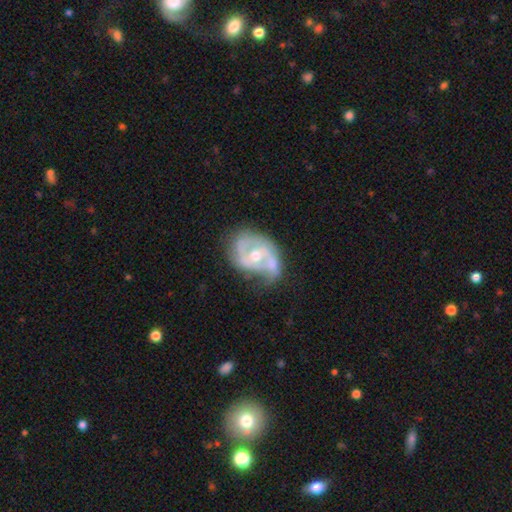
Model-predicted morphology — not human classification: A featured or disk galaxy (81%) with no bar (53%), 2 (67%) medium (45%) spiral arms (83%) and a moderate central bulge (67%). Merging: none (42%).